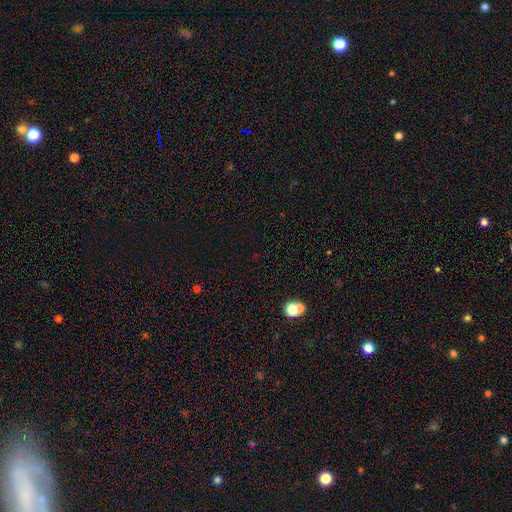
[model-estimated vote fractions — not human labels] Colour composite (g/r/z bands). It shows a star or artifact, not a galaxy (53%).